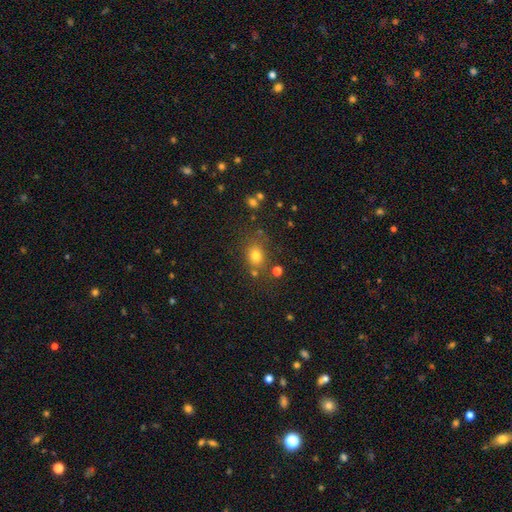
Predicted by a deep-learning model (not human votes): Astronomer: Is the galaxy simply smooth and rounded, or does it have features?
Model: smooth — 74%.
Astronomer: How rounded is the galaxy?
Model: round — 56% (runner-up: in between, 42%).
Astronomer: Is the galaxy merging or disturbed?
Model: none — 70%.